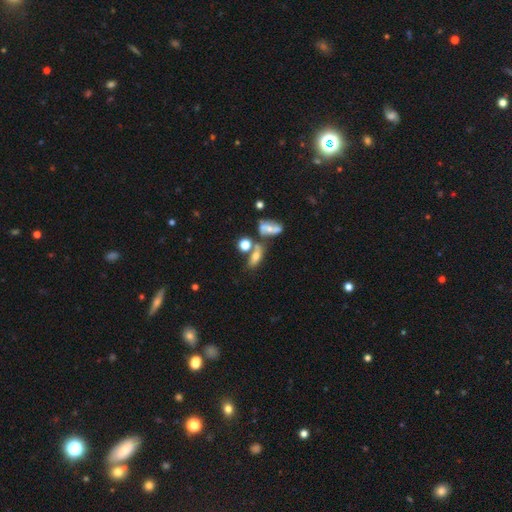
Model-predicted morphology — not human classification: type=smooth (63%); roundness=in between (67%); merging=none (41%).